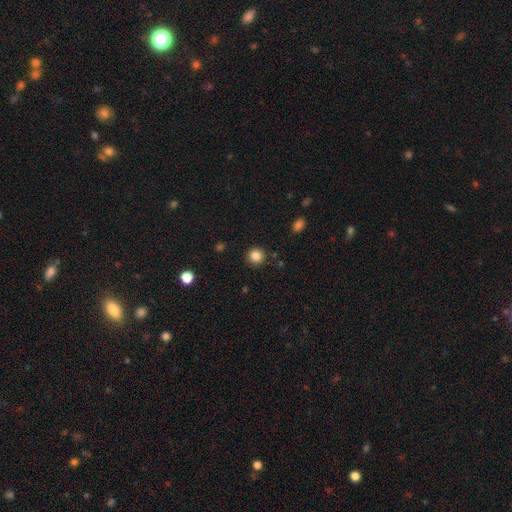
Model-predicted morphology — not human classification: A smooth galaxy with no disk features (84%) that is round (93%).

Vote fractions:
- Smooth or featured? smooth: 84% / star or artifact: 11% / featured or disk: 5%
- How rounded? round: 93% / in between: 6% / cigar-shaped: 1%
- Merging? none: 90% / minor disturbance: 6% / major disturbance: 2% / merger: 2%